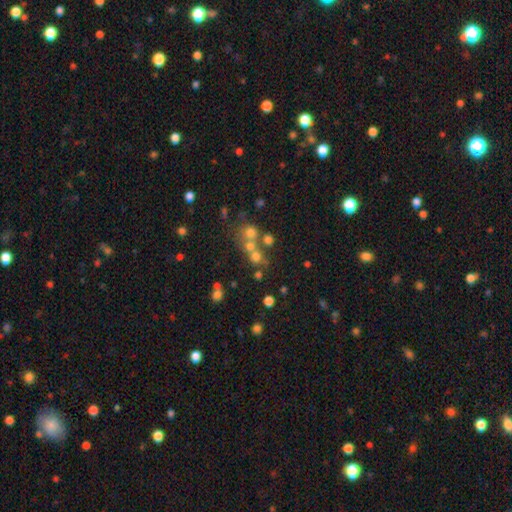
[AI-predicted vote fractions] The model was most divided on "merging": none: 46%, merger: 40%, minor disturbance: 8%, major disturbance: 6%. Remaining: smooth or featured — smooth (50%).